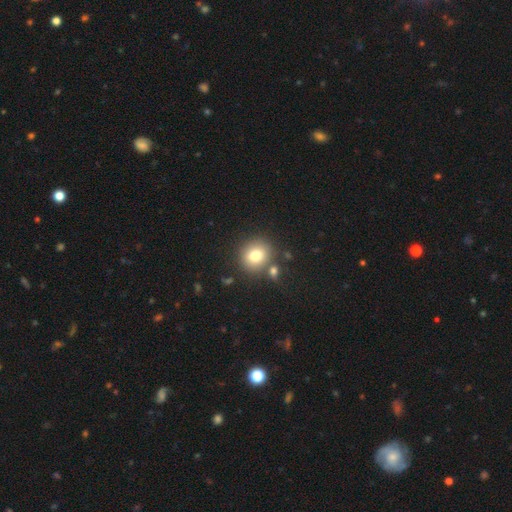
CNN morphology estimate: Smooth or featured: smooth — 77% (star or artifact — 12%)
How rounded: round — 81% (in between — 18%)
Merging: none — 76% (merger — 12%)